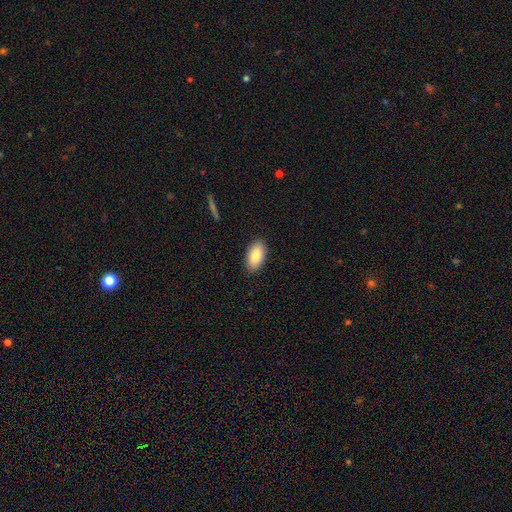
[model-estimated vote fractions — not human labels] Smooth or featured?
  - smooth: 86% *
  - featured or disk: 8%
  - star or artifact: 6%
How rounded?
  - in between: 95% *
  - round: 3%
  - cigar-shaped: 3%
Merging?
  - none: 88% *
  - minor disturbance: 9%
  - major disturbance: 2%
  - merger: 1%